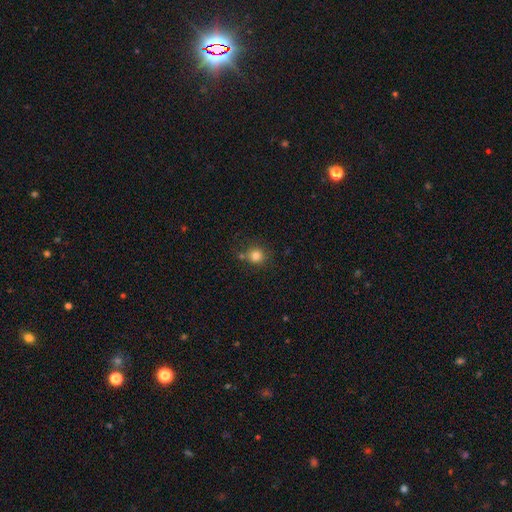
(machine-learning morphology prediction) Q: Smooth or featured?
A: smooth (81%); runner-up: star or artifact (13%)
Q: How rounded?
A: round (88%); runner-up: in between (11%)
Q: Merging?
A: none (70%); runner-up: minor disturbance (14%)